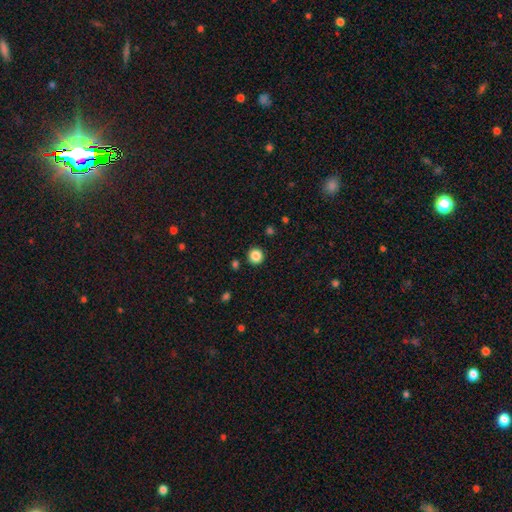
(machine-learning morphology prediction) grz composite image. It shows a smooth galaxy with no disk features (86%) that is round (95%). Merging: none (91%).